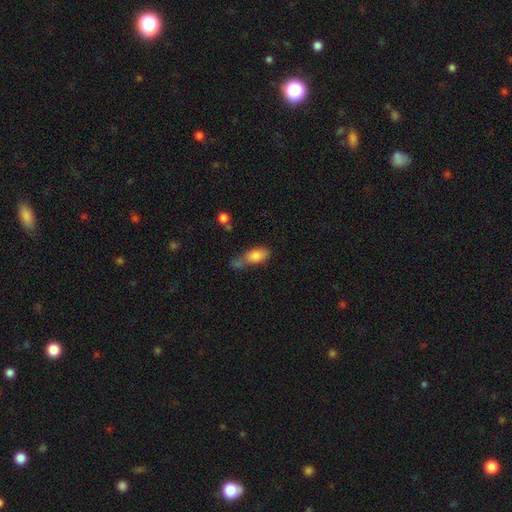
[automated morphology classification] smooth-or-featured: smooth: 79% | featured or disk: 12% | star or artifact: 8%
  how-rounded: in between: 81% | cigar-shaped: 12% | round: 6%
  merging: merger: 32% | none: 31% | minor disturbance: 22% | major disturbance: 15%